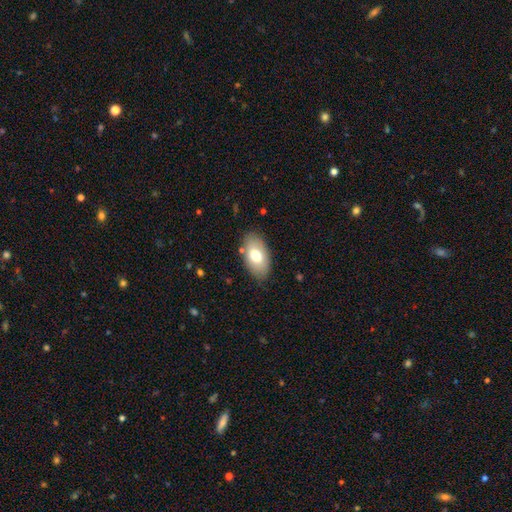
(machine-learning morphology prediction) The model was most divided on "smooth or featured": smooth: 72%, featured or disk: 21%, star or artifact: 7%. More confident: how rounded — in between (94%); merging — none (83%).